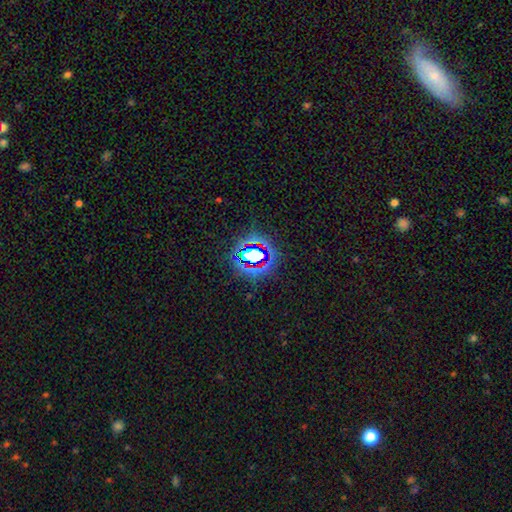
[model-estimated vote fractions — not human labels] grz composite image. It shows a star or artifact, not a galaxy (70%).